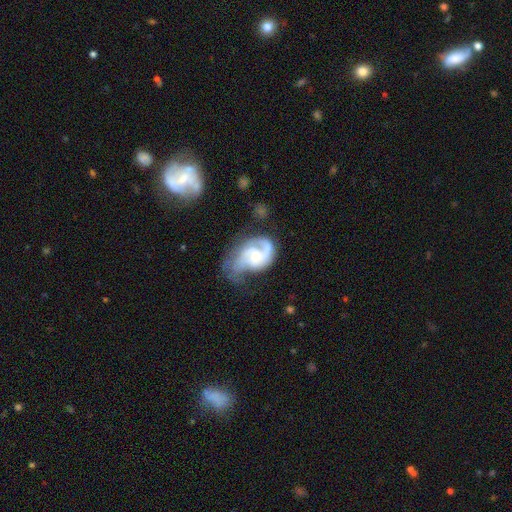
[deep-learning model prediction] A featured or disk galaxy (82%) with no bar (56%), 2 (61%) medium (49%) spiral arms (93%) and a small central bulge (43%, tied with moderate).

Vote fractions:
- Smooth or featured? featured or disk: 82% / smooth: 13% / star or artifact: 5%
- Edge-on disk? no: 98% / yes: 2%
- Bar? no: 56% / weak: 36% / strong: 7%
- Spiral arms? yes: 93% / no: 7%
- Spiral winding? medium: 49% / tight: 27% / loose: 24%
- Spiral arm count? 2: 61% / 1: 19% / can't tell: 10% / 3: 6% / 4: 2% / more than 4: 2%
- Bulge size? small: 43% (tied) / moderate: 43% (tied) / none: 7% / large: 6% / dominant: 1%
- Merging? major disturbance: 34% (tied) / none: 34% (tied) / minor disturbance: 27% / merger: 5%